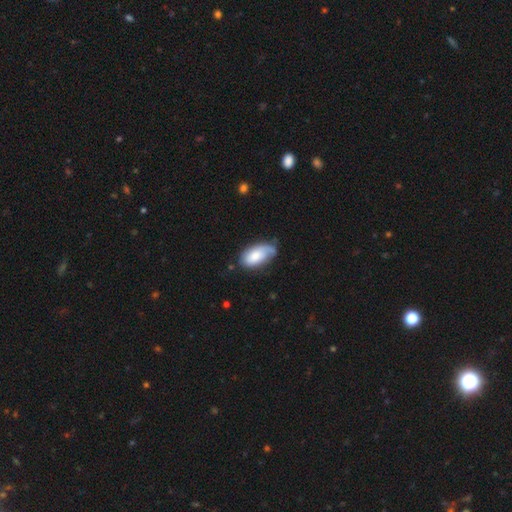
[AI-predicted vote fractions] smooth 63%, featured or disk 31%, star or artifact 6%. Down the decision tree: how rounded — in between (94%); merging — none (51%).